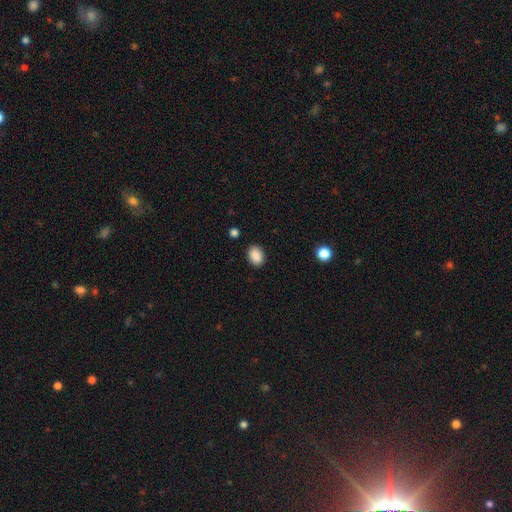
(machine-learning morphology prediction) smooth-or-featured: smooth: 89% | star or artifact: 8% | featured or disk: 3%
  how-rounded: in between: 79% | round: 20% | cigar-shaped: 1%
  merging: none: 87% | minor disturbance: 9% | major disturbance: 2% | merger: 2%